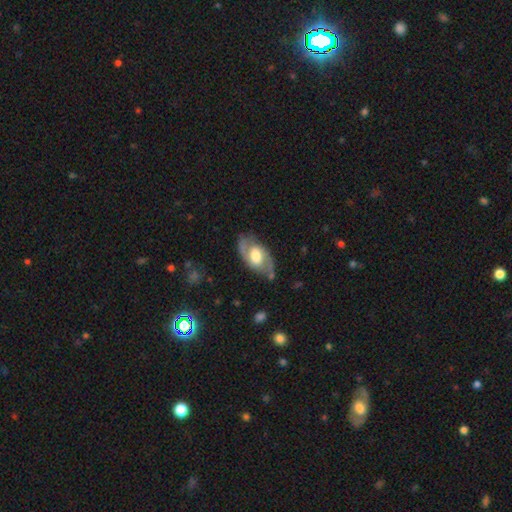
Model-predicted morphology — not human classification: Smooth or featured? Predicted: featured or disk (p=0.75). Edge-on disk? Predicted: no (p=0.92). Bar? Predicted: no (p=0.49). Spiral arms? Predicted: yes (p=0.84). Spiral winding? Predicted: medium (p=0.51). Spiral arm count? Predicted: 2 (p=0.89). Bulge size? Predicted: moderate (p=0.50). Merging? Predicted: none (p=0.74).